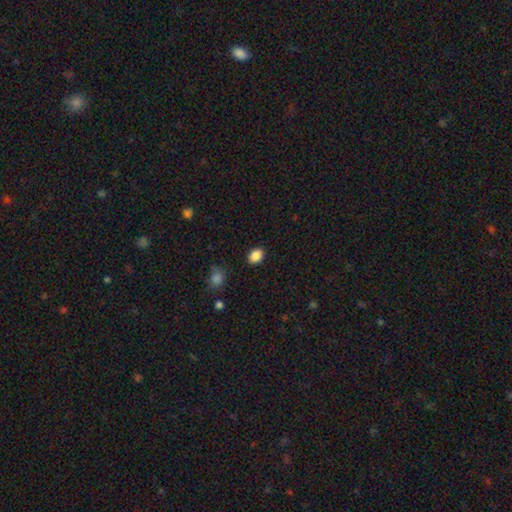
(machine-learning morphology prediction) Smooth or featured: smooth — 87% (star or artifact — 9%)
How rounded: in between — 69% (round — 30%)
Merging: none — 87% (minor disturbance — 9%)